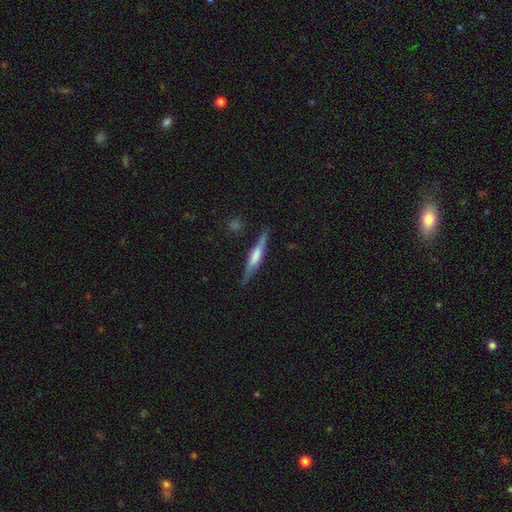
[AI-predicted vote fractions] featured or disk 56%, smooth 38%, star or artifact 6%. Down the decision tree: edge-on disk — yes (94%); edge-on bulge — boxy (49%); merging — none (83%).